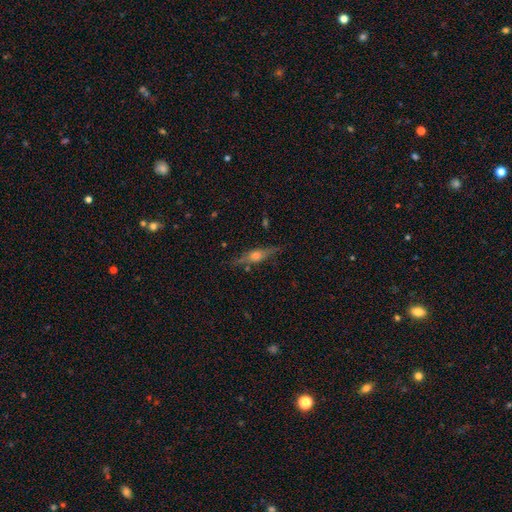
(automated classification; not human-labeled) smooth-or-featured: featured or disk: 70% | smooth: 22% | star or artifact: 8%
  disk-edge-on: yes: 95% | no: 5%
    edge-on-bulge: rounded: 89% | boxy: 9% | none: 3%
  merging: none: 83% | minor disturbance: 12% | major disturbance: 3% | merger: 2%